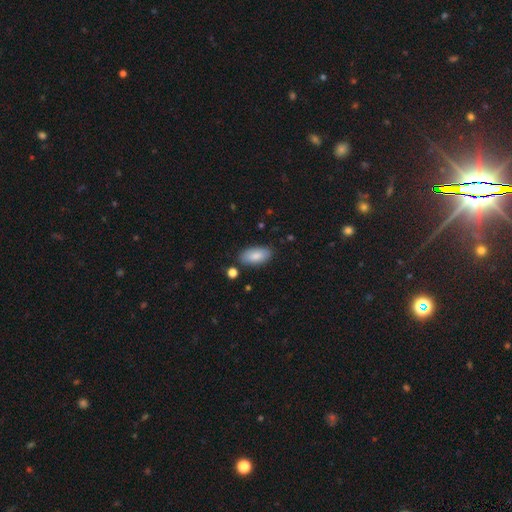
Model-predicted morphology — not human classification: smooth_or_featured: smooth (p=0.85) [alt: featured or disk p=0.09]
how_rounded: in between (p=0.92) [alt: cigar-shaped p=0.06]
merging: none (p=0.84) [alt: minor disturbance p=0.11]